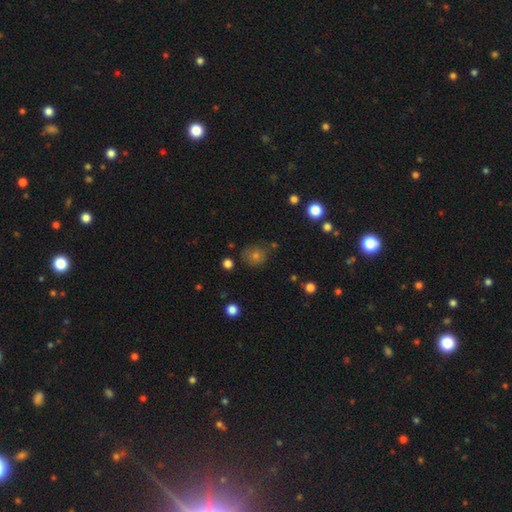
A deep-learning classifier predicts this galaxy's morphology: smooth_or_featured: smooth (p=0.66) [alt: star or artifact p=0.22]
how_rounded: round (p=0.84) [alt: in between p=0.15]
merging: none (p=0.79) [alt: minor disturbance p=0.14]